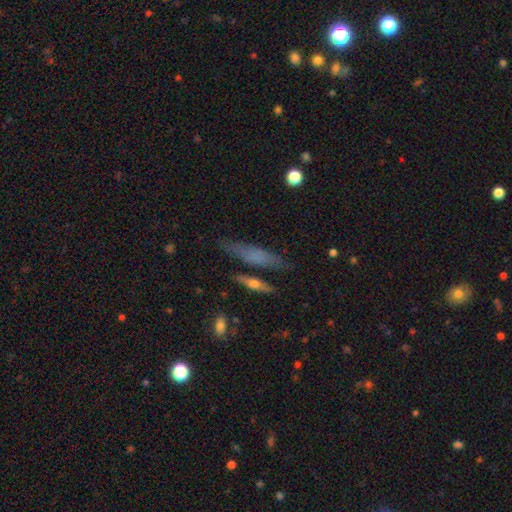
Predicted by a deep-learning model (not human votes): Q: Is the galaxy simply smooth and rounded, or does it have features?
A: smooth — 55%.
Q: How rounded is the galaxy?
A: cigar-shaped — 80%.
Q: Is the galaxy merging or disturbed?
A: none — 72%.